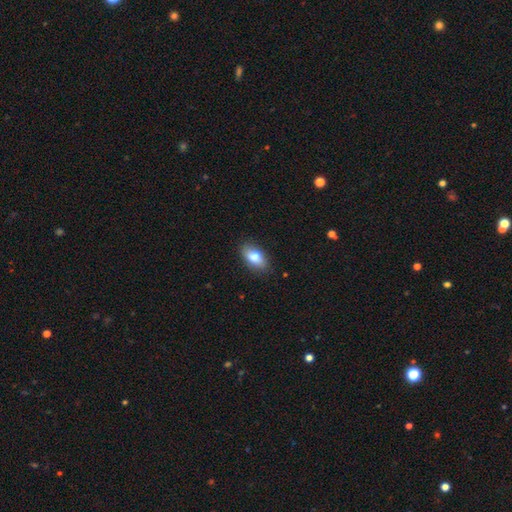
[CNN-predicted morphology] Smooth or featured: smooth — 81% (featured or disk — 12%)
How rounded: in between — 90% (round — 6%)
Merging: none — 84% (minor disturbance — 13%)